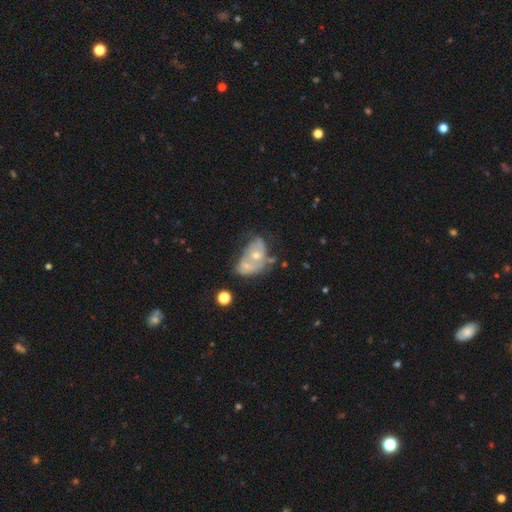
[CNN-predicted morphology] This is likely a featured or disk galaxy (61%). It is clearly not viewed edge-on (96%). Bar: clearly no (82%). Spiral arm pattern: possibly no (53%). Central bulge: possibly moderate (52%). Merging: marginally merger (35%).